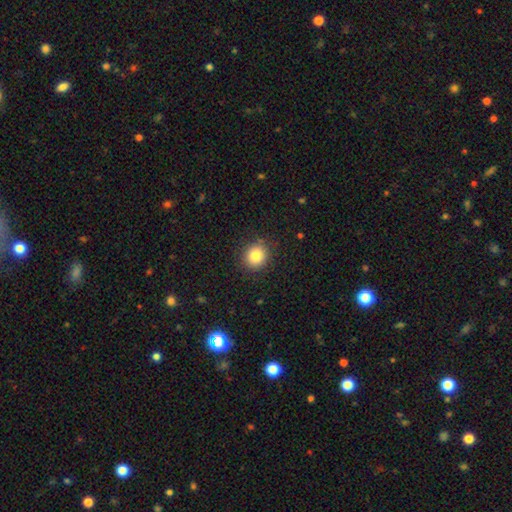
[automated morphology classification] smooth_or_featured: smooth (p=0.83) [alt: star or artifact p=0.10]
how_rounded: round (p=0.86) [alt: in between p=0.13]
merging: none (p=0.89) [alt: minor disturbance p=0.08]